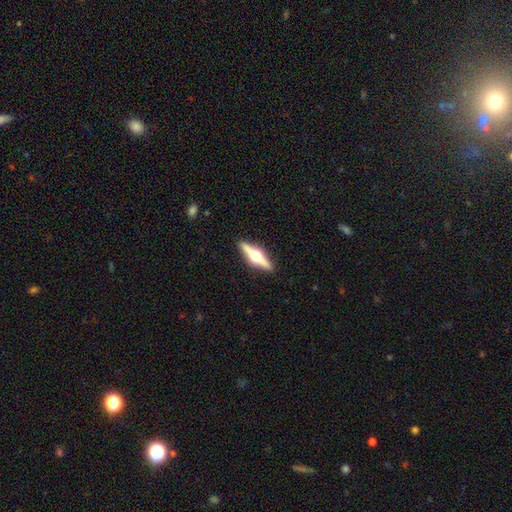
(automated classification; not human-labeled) The model was most divided on "smooth or featured": featured or disk: 77%, smooth: 18%, star or artifact: 5%. More confident: edge-on disk — yes (98%); edge-on bulge — rounded (96%); merging — none (91%).